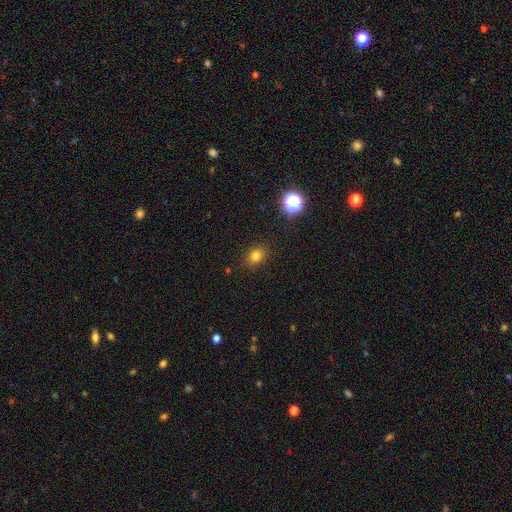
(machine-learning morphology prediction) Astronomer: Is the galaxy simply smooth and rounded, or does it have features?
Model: smooth — 79%.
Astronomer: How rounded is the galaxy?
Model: round — 54% (runner-up: in between, 45%).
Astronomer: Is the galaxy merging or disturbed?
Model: none — 87%.